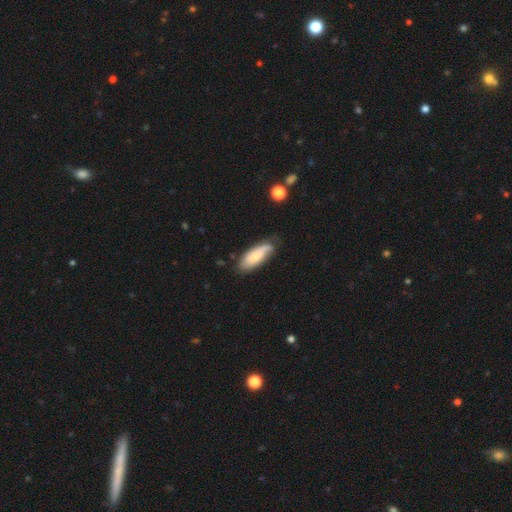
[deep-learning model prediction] A smooth galaxy with no disk features (56%) that is in between round and cigar-shaped (75%).

Vote fractions:
- Smooth or featured? smooth: 56% / featured or disk: 38% / star or artifact: 6%
- How rounded? in between: 75% / cigar-shaped: 23% / round: 2%
- Merging? none: 60% / minor disturbance: 28% / major disturbance: 9% / merger: 3%